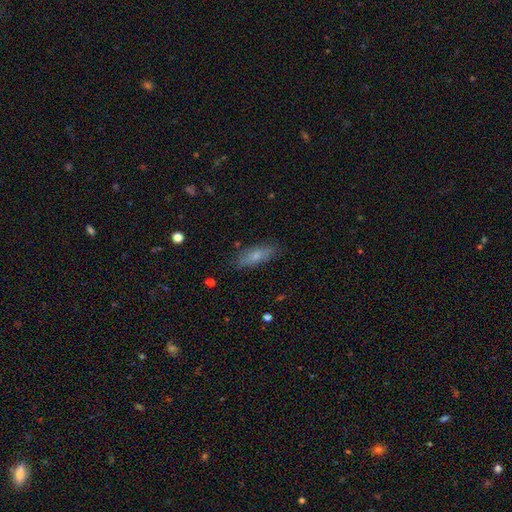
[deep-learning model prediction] Q: Smooth or featured?
A: smooth (68%); runner-up: featured or disk (24%)
Q: How rounded?
A: in between (59%); runner-up: cigar-shaped (39%)
Q: Merging?
A: none (80%); runner-up: minor disturbance (15%)